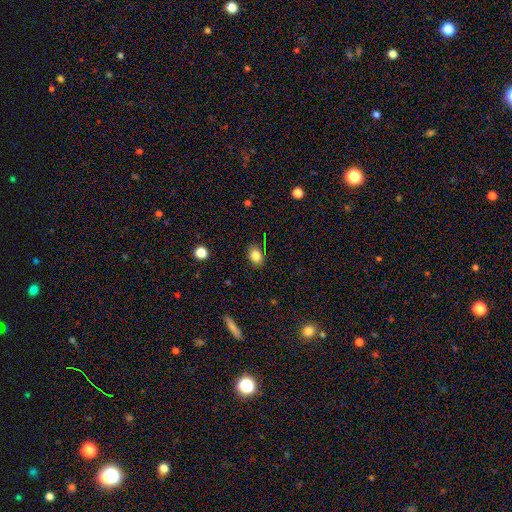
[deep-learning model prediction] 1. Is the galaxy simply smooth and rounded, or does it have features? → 82% smooth, 10% star or artifact, 8% featured or disk.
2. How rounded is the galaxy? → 70% in between, 28% round, 1% cigar-shaped.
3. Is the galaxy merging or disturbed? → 84% none, 12% minor disturbance, 3% major disturbance, 1% merger.